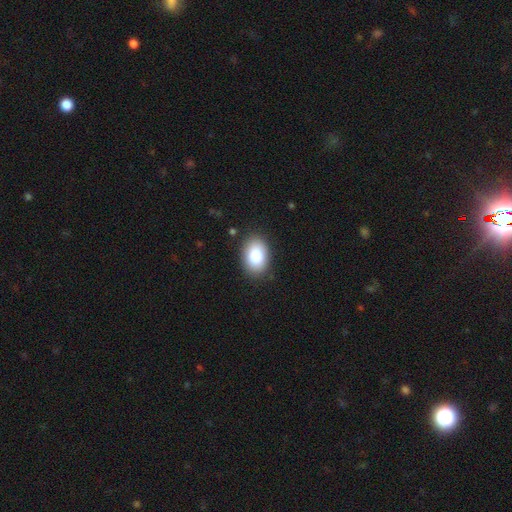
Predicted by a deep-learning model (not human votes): Morphology: type=smooth (83%); roundness=in between (84%); merging=none (87%).